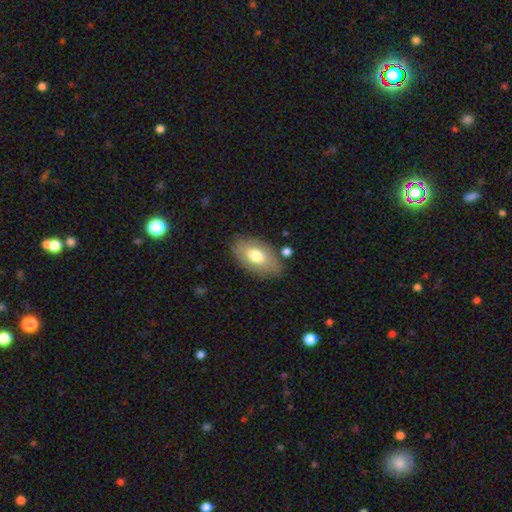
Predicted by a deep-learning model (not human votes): Smooth or featured? smooth (70%)
How rounded? in between (92%)
Merging? none (78%)